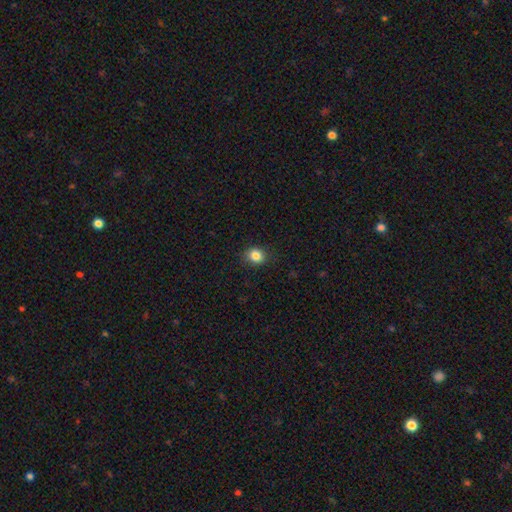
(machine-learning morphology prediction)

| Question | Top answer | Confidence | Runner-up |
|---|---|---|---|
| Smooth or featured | smooth | 84% | star or artifact (11%) |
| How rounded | round | 68% | in between (32%) |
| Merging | none | 87% | minor disturbance (10%) |